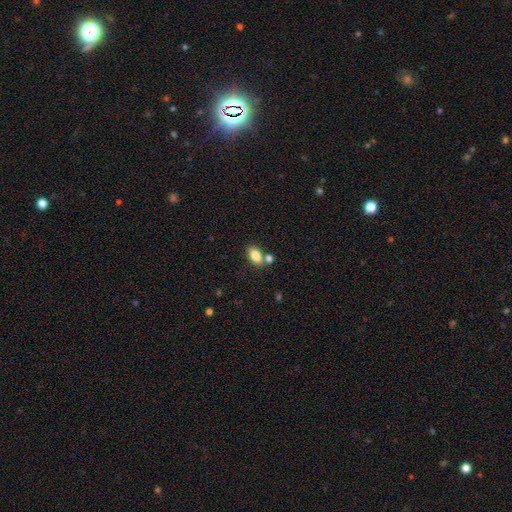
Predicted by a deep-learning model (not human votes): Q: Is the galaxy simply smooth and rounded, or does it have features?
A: smooth — 84%.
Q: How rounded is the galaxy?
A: in between — 89%.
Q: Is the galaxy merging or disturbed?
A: none — 65%.